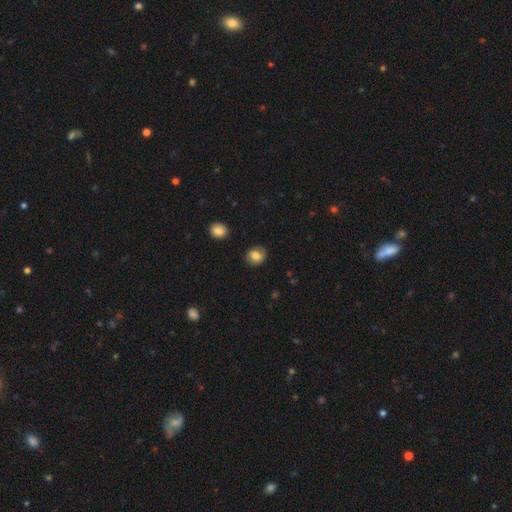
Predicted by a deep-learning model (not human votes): The model was most divided on "how rounded": round: 72%, in between: 27%, cigar-shaped: 1%. More confident: merging — none (85%); smooth or featured — smooth (80%).